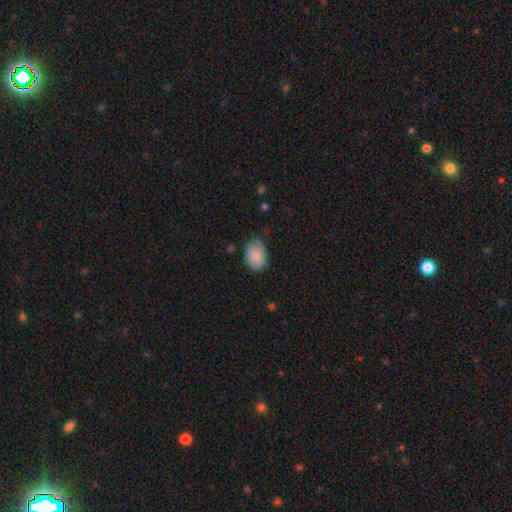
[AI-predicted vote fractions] Smooth or featured? Predicted: smooth (p=0.87). How rounded? Predicted: in between (p=0.79). Merging? Predicted: none (p=0.64).